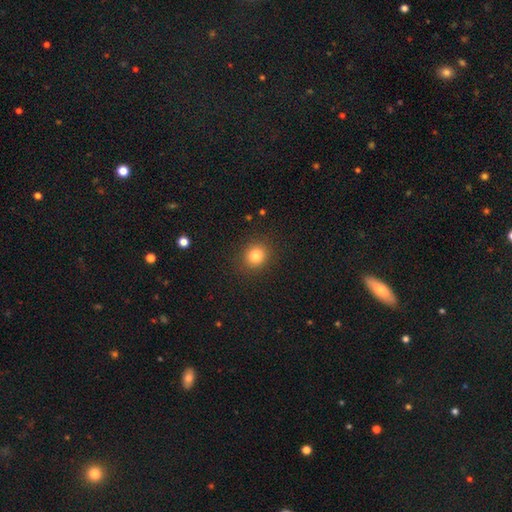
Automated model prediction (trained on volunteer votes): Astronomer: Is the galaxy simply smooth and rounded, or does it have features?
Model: smooth — 82%.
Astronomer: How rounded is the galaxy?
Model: round — 83%.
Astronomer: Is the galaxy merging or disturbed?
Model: none — 89%.